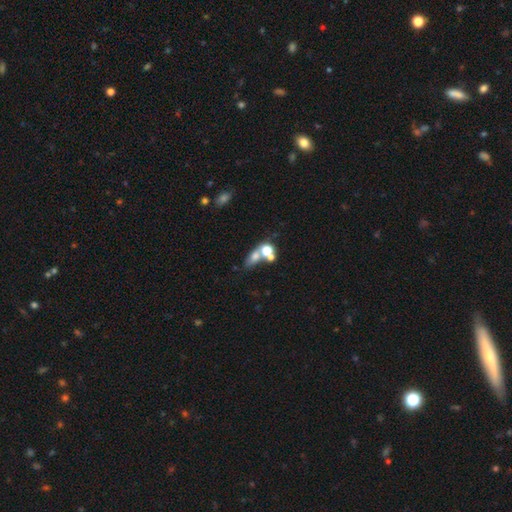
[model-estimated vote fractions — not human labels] This appears to be a smooth galaxy with no disk features (61%) that is in between round and cigar-shaped (54%). Merging: merger (49%).